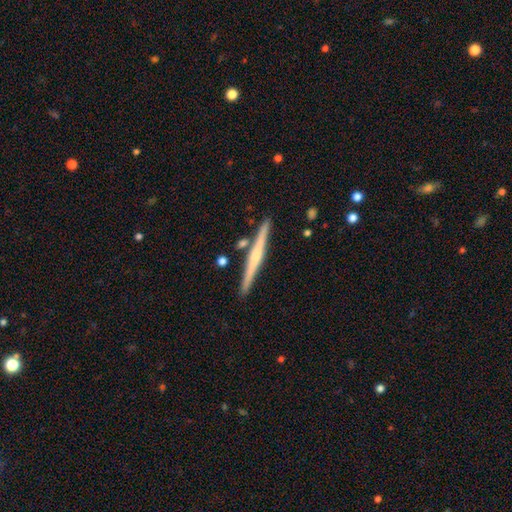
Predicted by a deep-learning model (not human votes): Smooth or featured? featured or disk (65%)
Edge-on disk? yes (98%)
Edge-on bulge? rounded (53%)
Merging? none (87%)